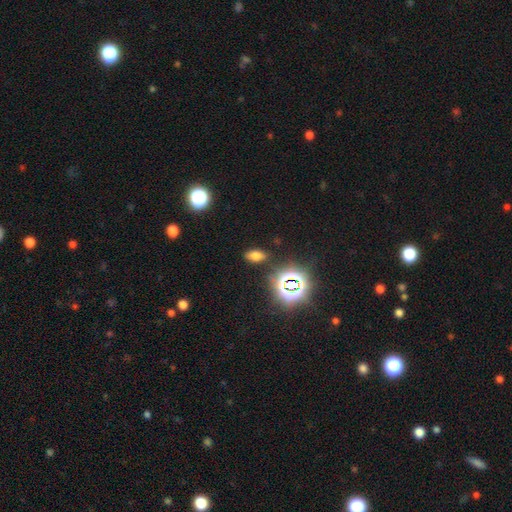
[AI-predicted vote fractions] Smooth or featured: smooth — 63% (star or artifact — 28%)
How rounded: in between — 86% (round — 9%)
Merging: none — 85% (minor disturbance — 10%)